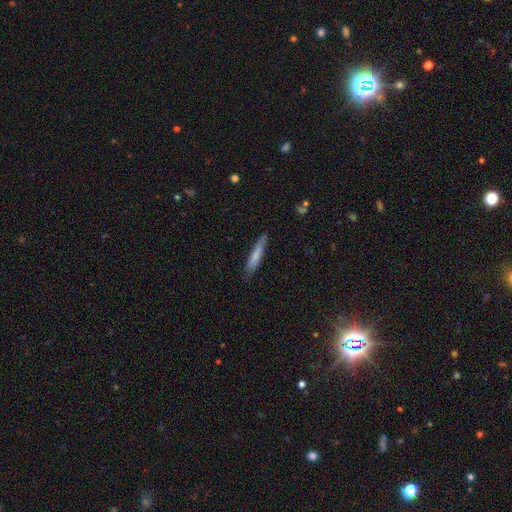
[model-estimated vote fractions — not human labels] Smooth or featured? Predicted: smooth (p=0.74). How rounded? Predicted: cigar-shaped (p=0.91). Merging? Predicted: none (p=0.81).